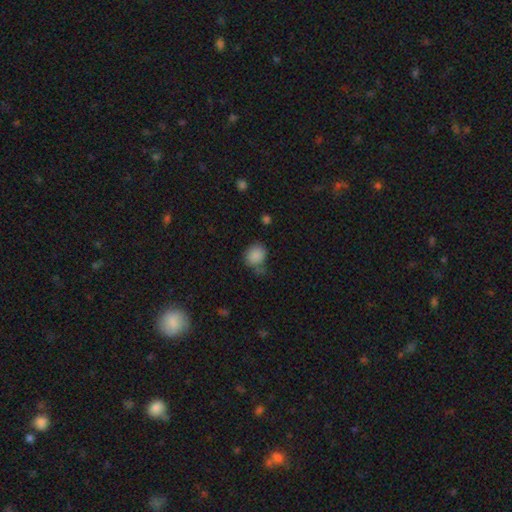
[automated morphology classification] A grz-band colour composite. It shows a smooth galaxy with no disk features (86%) that is round (63%). Merging: none (56%).